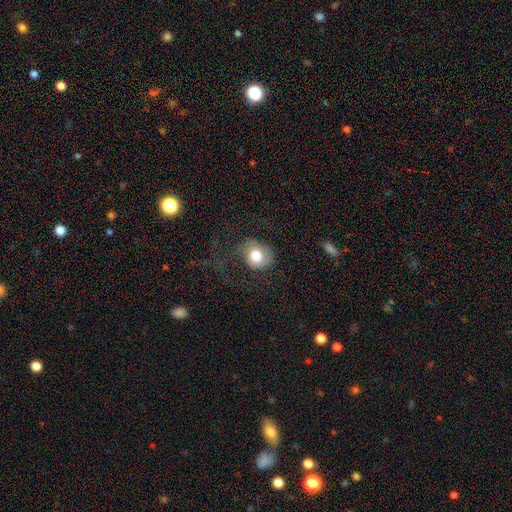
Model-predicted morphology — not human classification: Smooth or featured? Predicted: smooth (p=0.73). How rounded? Predicted: round (p=0.70). Merging? Predicted: none (p=0.47).